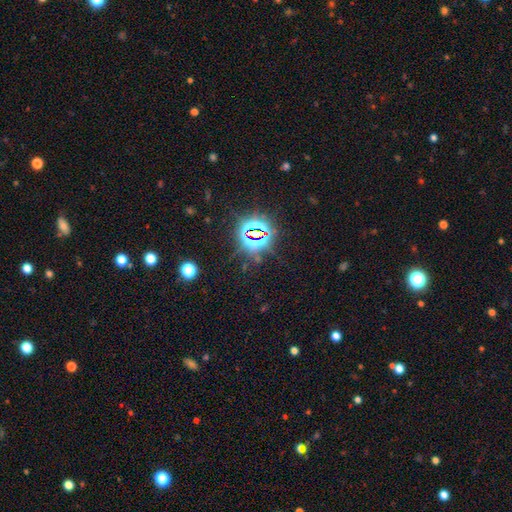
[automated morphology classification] smooth-or-featured: star or artifact: 83% | smooth: 10% | featured or disk: 6%